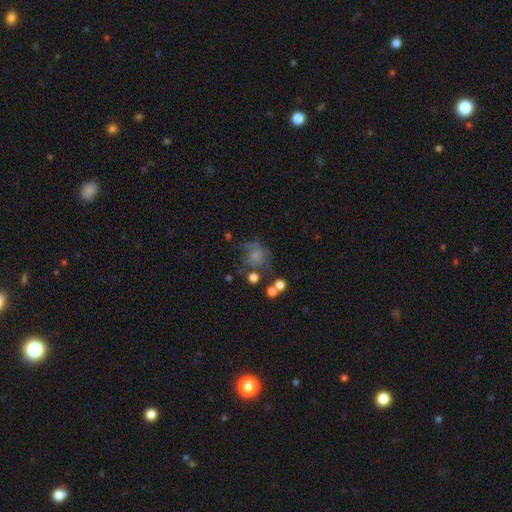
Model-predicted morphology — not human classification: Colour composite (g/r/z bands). It shows a smooth galaxy with no disk features (57%) that is round (74%). Merging: none (39%).